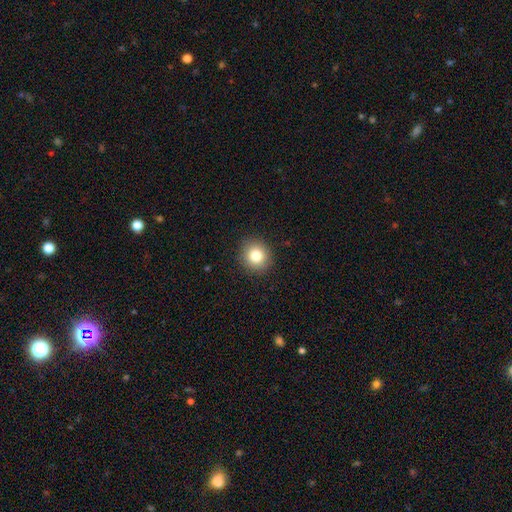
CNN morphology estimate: Smooth or featured?
  - smooth: 82% *
  - star or artifact: 10%
  - featured or disk: 8%
How rounded?
  - round: 87% *
  - in between: 12%
  - cigar-shaped: 1%
Merging?
  - none: 91% *
  - minor disturbance: 6%
  - major disturbance: 2%
  - merger: 1%